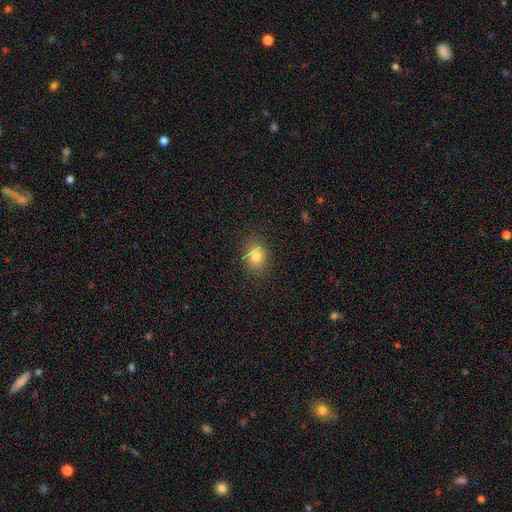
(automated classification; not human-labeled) The model was most divided on "how rounded": in between: 62%, round: 37%, cigar-shaped: 1%. More confident: merging — none (86%); smooth or featured — smooth (81%).